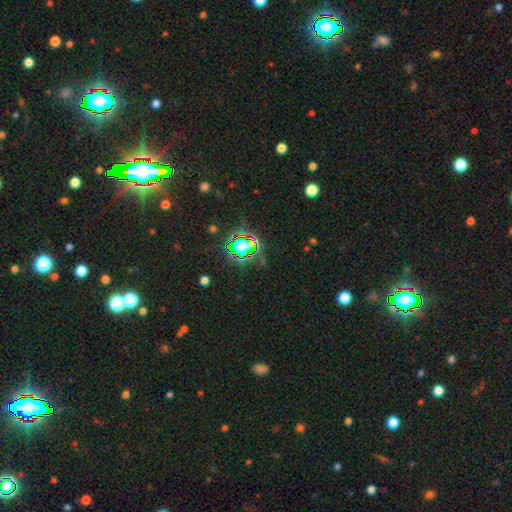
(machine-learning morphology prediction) star or artifact 82%, smooth 11%, featured or disk 7%.